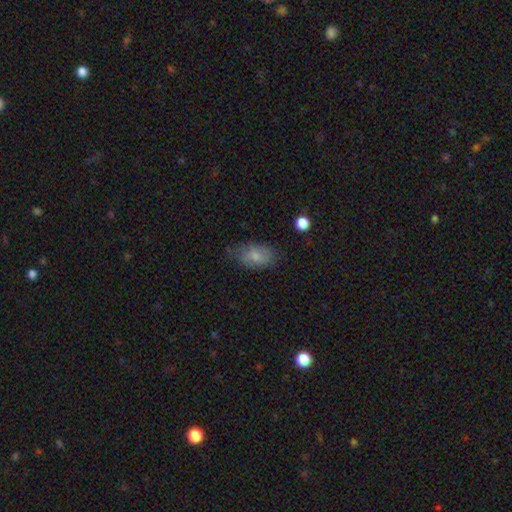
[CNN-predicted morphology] Smooth or featured? smooth (78%)
How rounded? in between (90%)
Merging? none (72%)